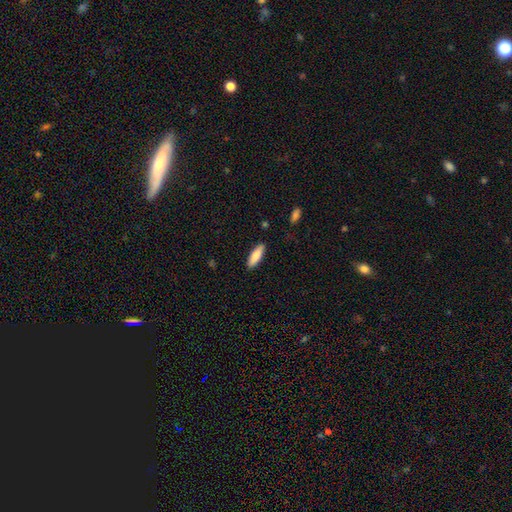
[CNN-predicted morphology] smooth-or-featured: smooth: 83% | featured or disk: 12% | star or artifact: 5%
  how-rounded: in between: 49% (tied) | cigar-shaped: 49% (tied) | round: 2%
  merging: none: 88% | minor disturbance: 9% | major disturbance: 2% | merger: 1%